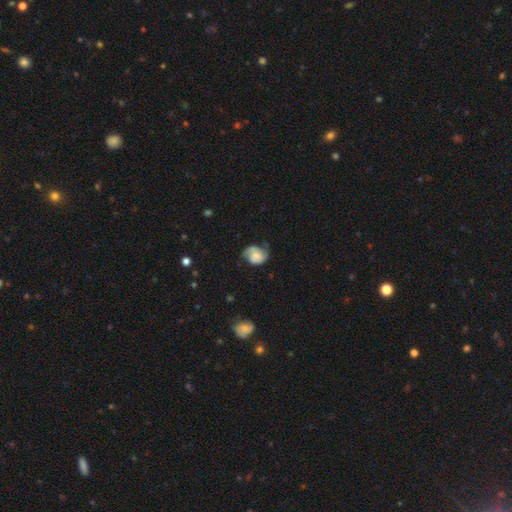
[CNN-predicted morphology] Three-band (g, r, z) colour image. It shows a featured or disk galaxy (59%) with no bar (66%), 2 (72%) medium (42%) spiral arms (88%) and a small central bulge (43%). Merging: none (52%).